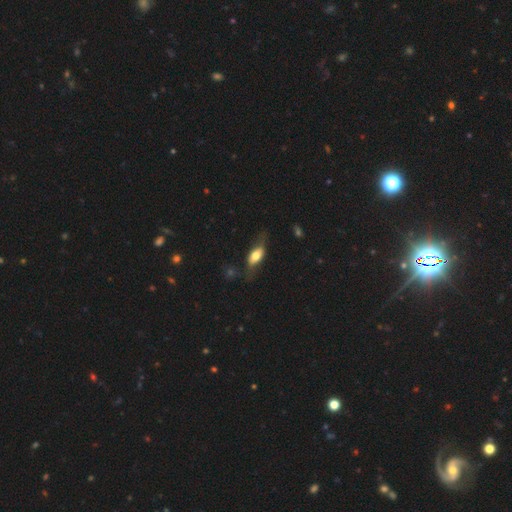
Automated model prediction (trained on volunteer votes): This appears to be a smooth galaxy with no disk features (59%) that is in between round and cigar-shaped (77%). Merging: none (58%).